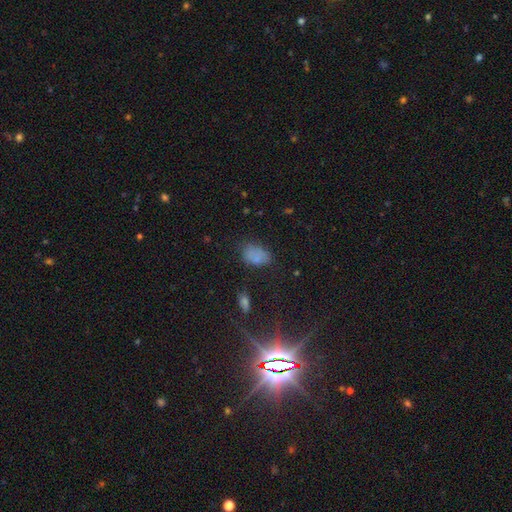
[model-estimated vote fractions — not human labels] Morphology: type=smooth (75%); roundness=in between (87%); merging=none (64%).